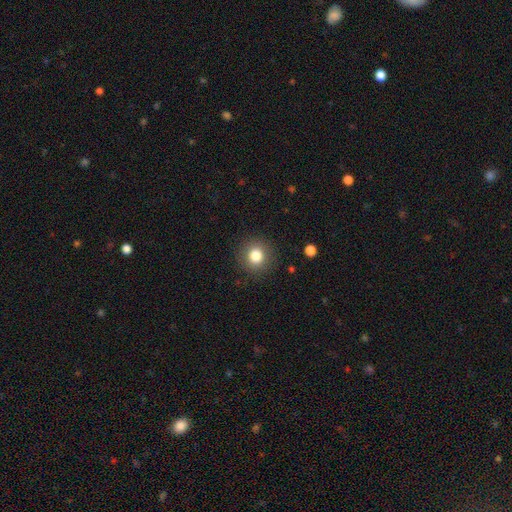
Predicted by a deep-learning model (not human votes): Overall: smooth (81%). How rounded: round (92%). Merging: none (90%).